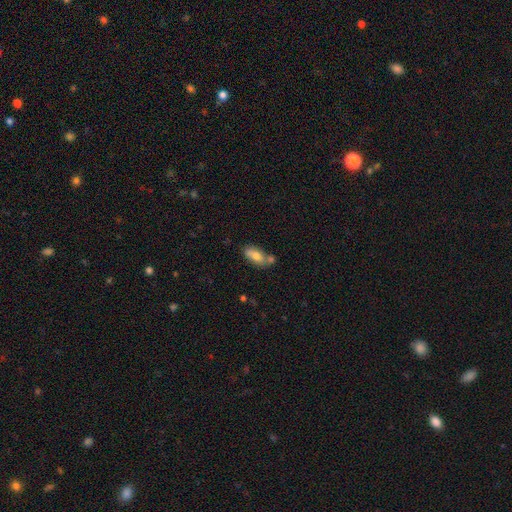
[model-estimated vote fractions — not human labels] smooth_or_featured: smooth (p=0.71) [alt: featured or disk p=0.21]
how_rounded: in between (p=0.86) [alt: cigar-shaped p=0.10]
merging: none (p=0.51) [alt: merger p=0.28]